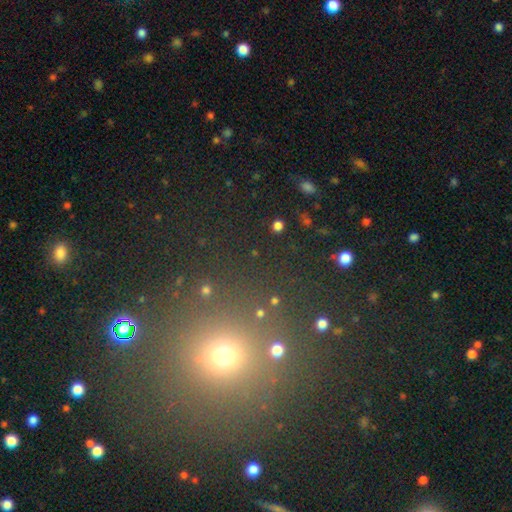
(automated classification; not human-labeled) The model was most divided on "smooth or featured": star or artifact: 49%, smooth: 44%, featured or disk: 7%.